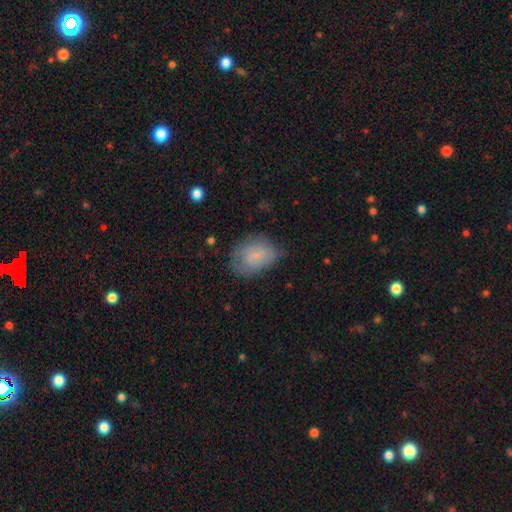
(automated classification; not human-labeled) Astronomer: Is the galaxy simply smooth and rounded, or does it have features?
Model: smooth — 64%.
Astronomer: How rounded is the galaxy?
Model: in between — 67%.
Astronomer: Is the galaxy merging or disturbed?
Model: none — 58%.